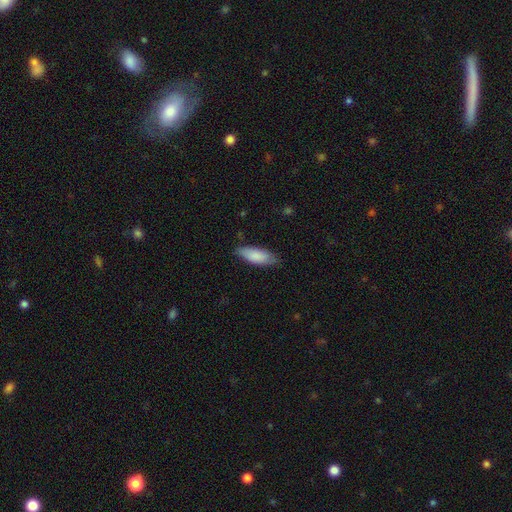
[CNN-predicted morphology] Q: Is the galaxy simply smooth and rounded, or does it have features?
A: smooth — 86%.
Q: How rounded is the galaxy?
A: in between — 70%.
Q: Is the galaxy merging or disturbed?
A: none — 78%.